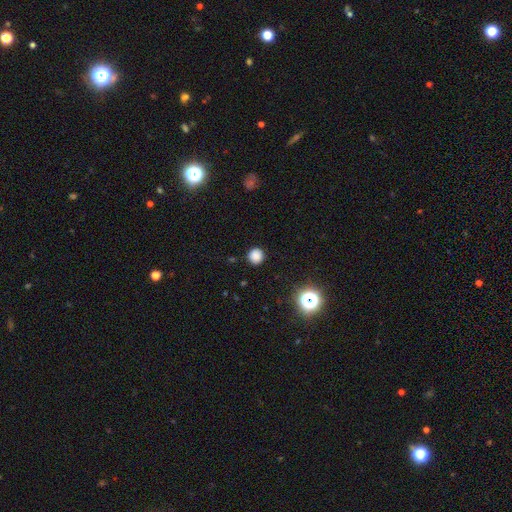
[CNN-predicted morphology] Q: Smooth or featured?
A: smooth (81%); runner-up: star or artifact (15%)
Q: How rounded?
A: round (91%); runner-up: in between (8%)
Q: Merging?
A: none (89%); runner-up: minor disturbance (7%)